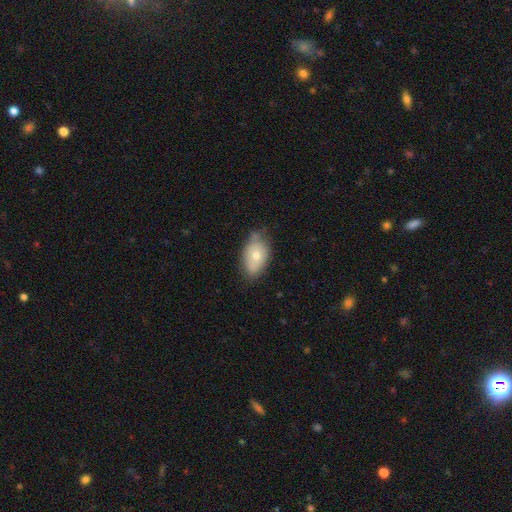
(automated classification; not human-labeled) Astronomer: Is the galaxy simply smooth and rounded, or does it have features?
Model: smooth — 68%.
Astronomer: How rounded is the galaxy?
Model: in between — 88%.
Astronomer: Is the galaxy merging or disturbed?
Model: none — 63%.